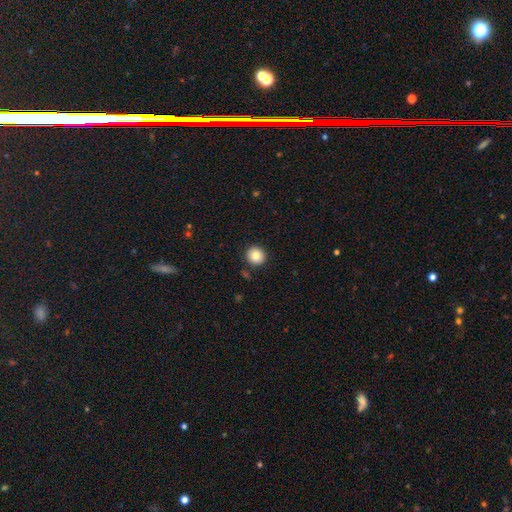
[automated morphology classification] This appears to be a smooth galaxy with no disk features (83%) that is round (92%). Merging: none (90%).